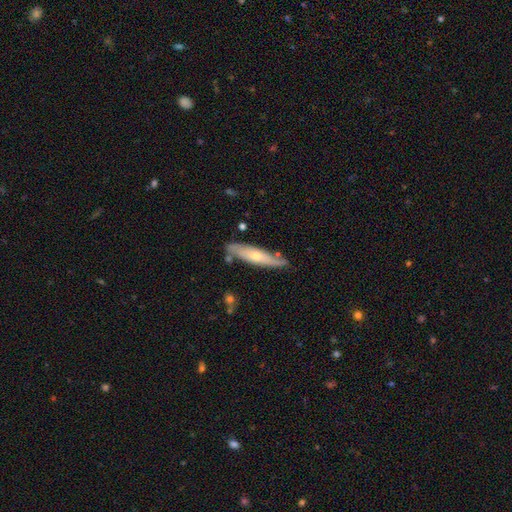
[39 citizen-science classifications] featured or disk 59%, smooth 36%, star or artifact 5%. Down the decision tree: edge-on disk — no (52%); bar — no (83%); spiral arms — yes (50%, tied with no); spiral arm count — can't tell (67%); spiral winding — tight (67%); bulge size — moderate (67%); merging — none (78%).